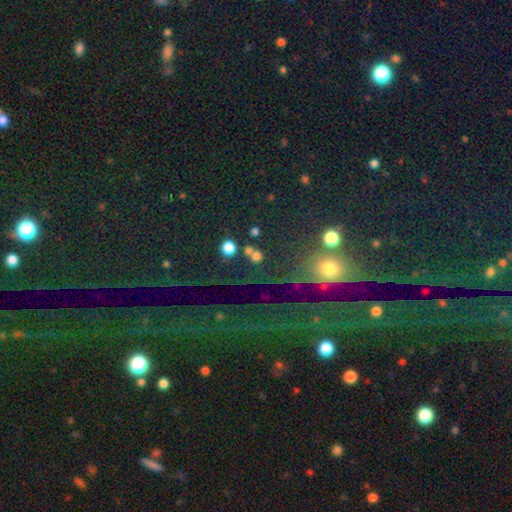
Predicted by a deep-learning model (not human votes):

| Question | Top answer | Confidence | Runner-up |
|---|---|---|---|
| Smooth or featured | smooth | 66% | star or artifact (26%) |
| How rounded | round | 87% | in between (11%) |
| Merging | none | 68% | merger (19%) |